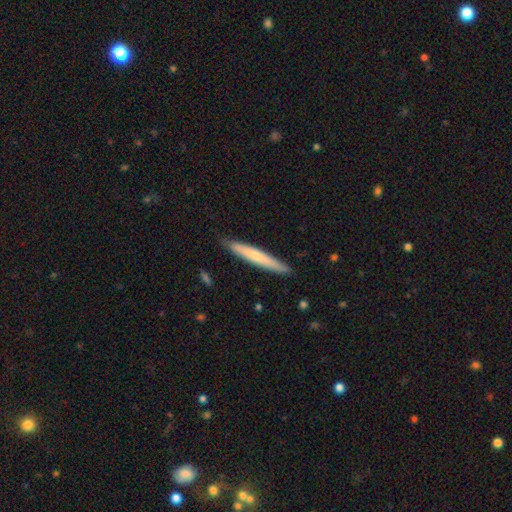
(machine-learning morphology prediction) Smooth or featured? Predicted: smooth (p=0.56). How rounded? Predicted: cigar-shaped (p=0.95). Merging? Predicted: none (p=0.88).